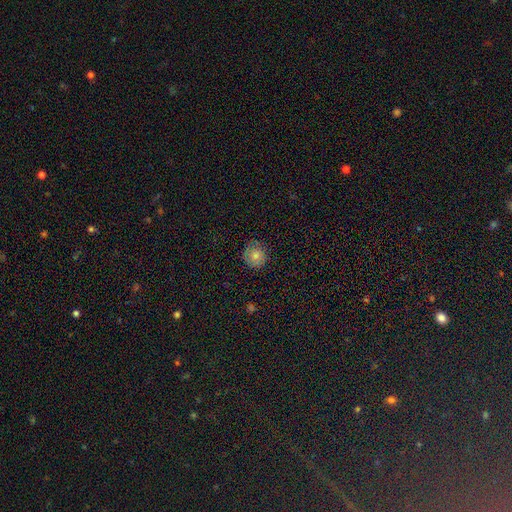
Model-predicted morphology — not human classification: A smooth galaxy with no disk features (79%) that is round (91%). Merging: none (78%).